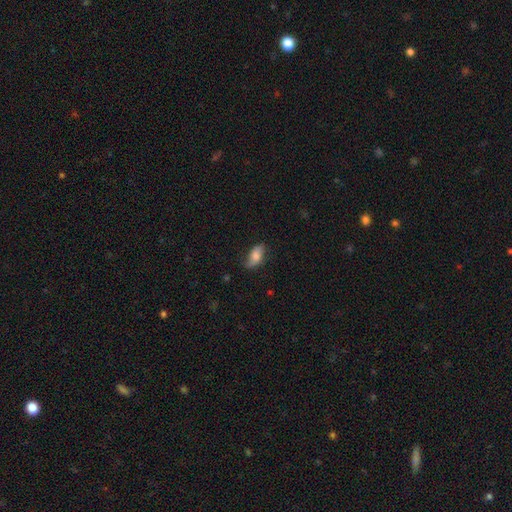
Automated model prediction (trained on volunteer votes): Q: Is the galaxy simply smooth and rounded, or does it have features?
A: smooth — 73%.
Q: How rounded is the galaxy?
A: in between — 88%.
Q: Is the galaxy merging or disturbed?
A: none — 71%.